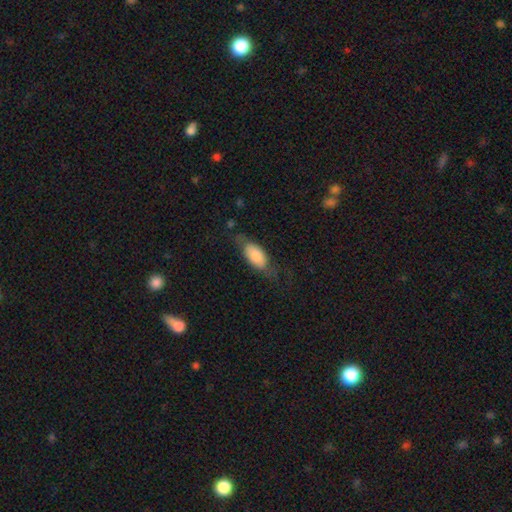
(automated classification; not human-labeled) smooth-or-featured: smooth: 77% | featured or disk: 18% | star or artifact: 6%
  how-rounded: in between: 87% | cigar-shaped: 10% | round: 3%
  merging: none: 56% | minor disturbance: 26% | major disturbance: 16% | merger: 2%